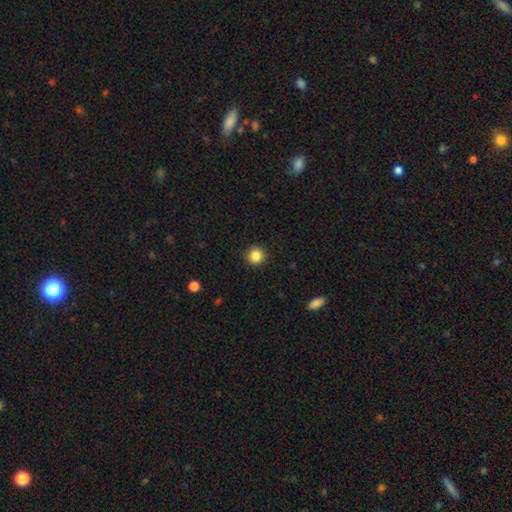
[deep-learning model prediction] smooth-or-featured: smooth: 85% | star or artifact: 11% | featured or disk: 4%
  how-rounded: round: 94% | in between: 5% | cigar-shaped: 1%
  merging: none: 93% | minor disturbance: 5% | major disturbance: 2% | merger: 1%